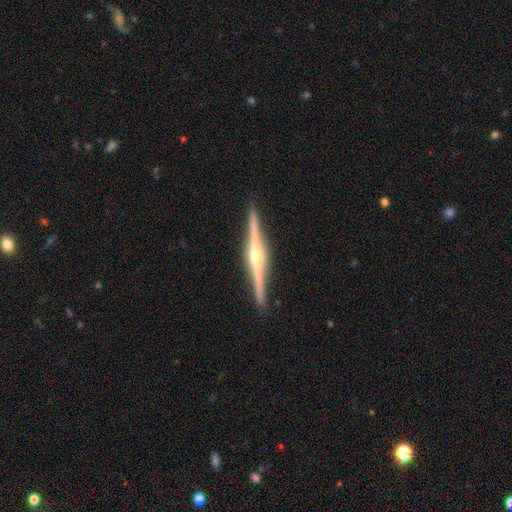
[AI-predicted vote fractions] Morphology: type=featured or disk (88%); edge-on=yes (99%); edge-on bulge=rounded (81%); merging=none (93%).